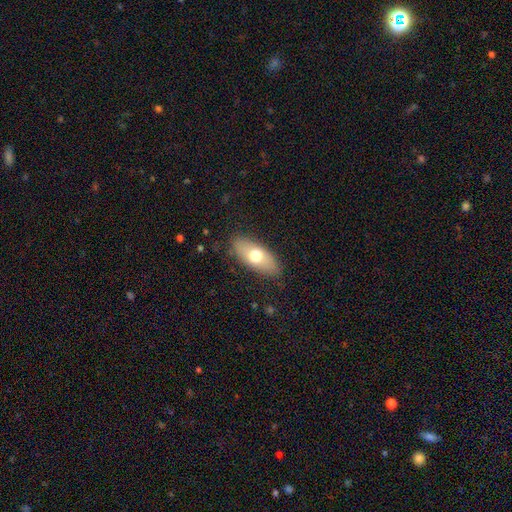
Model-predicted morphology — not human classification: This appears to be a smooth galaxy with no disk features (66%) that is in between round and cigar-shaped (82%). Merging: none (84%).